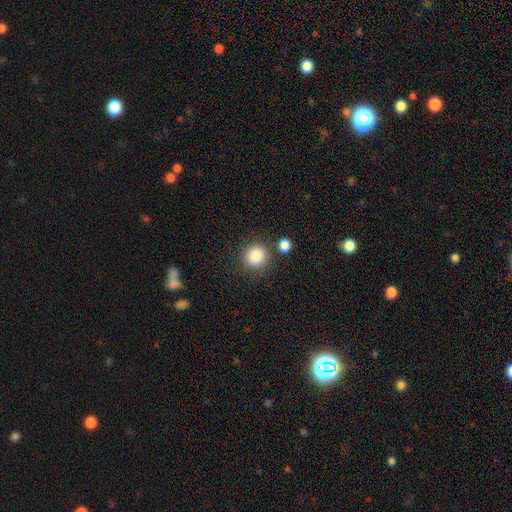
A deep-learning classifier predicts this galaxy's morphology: Smooth or featured: smooth — 86% (star or artifact — 9%)
How rounded: round — 90% (in between — 9%)
Merging: none — 80% (minor disturbance — 9%)